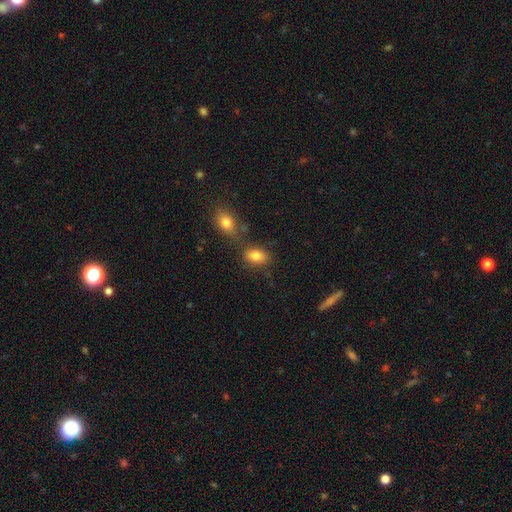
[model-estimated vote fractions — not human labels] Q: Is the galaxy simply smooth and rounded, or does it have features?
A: smooth — 83%.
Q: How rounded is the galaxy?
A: in between — 84%.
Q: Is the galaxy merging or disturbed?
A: none — 64%.